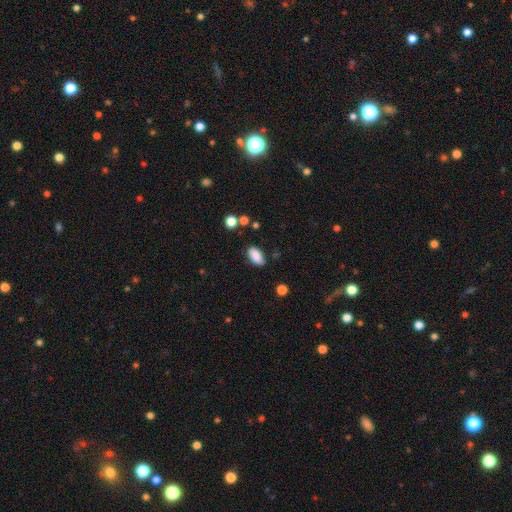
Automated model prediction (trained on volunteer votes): This is clearly a smooth galaxy (87%). How rounded: clearly in between (92%). Merging: clearly none (80%).